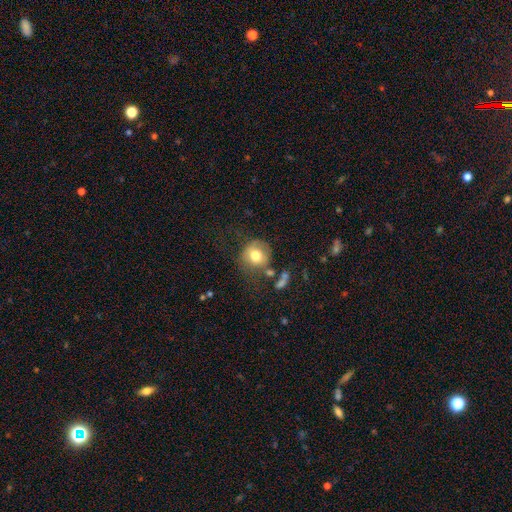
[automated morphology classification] Smooth or featured: smooth — 73% (featured or disk — 18%)
How rounded: round — 86% (in between — 13%)
Merging: none — 52% (minor disturbance — 23%)